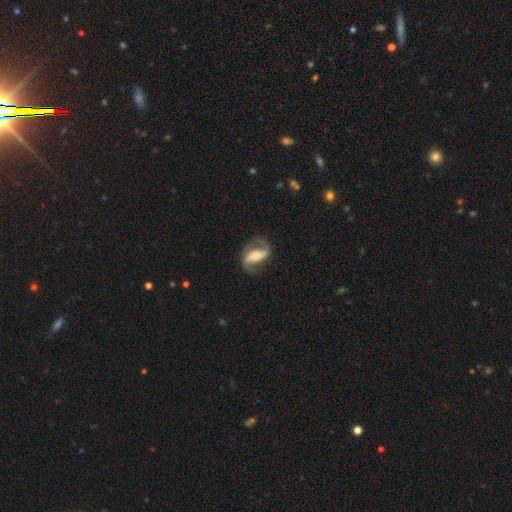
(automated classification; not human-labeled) Smooth or featured? Predicted: featured or disk (p=0.83). Edge-on disk? Predicted: no (p=0.94). Bar? Predicted: strong (p=0.48). Spiral arms? Predicted: yes (p=0.92). Spiral winding? Predicted: loose (p=0.53). Spiral arm count? Predicted: 2 (p=0.90). Bulge size? Predicted: moderate (p=0.58). Merging? Predicted: none (p=0.73).